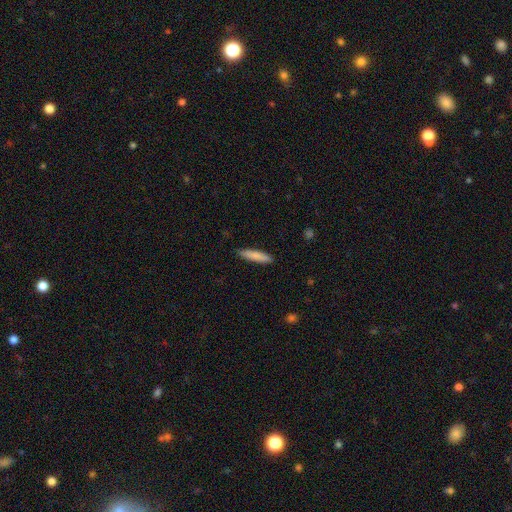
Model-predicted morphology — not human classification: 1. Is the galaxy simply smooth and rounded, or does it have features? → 83% smooth, 12% featured or disk, 6% star or artifact.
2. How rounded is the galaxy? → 82% cigar-shaped, 17% in between, 1% round.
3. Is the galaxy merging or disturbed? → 87% none, 10% minor disturbance, 2% major disturbance, 1% merger.